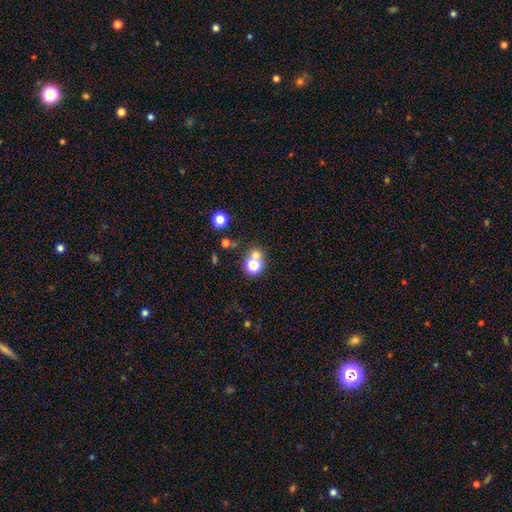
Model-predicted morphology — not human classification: Smooth or featured?
  - smooth: 68% *
  - star or artifact: 20%
  - featured or disk: 12%
How rounded?
  - round: 81% *
  - in between: 18%
  - cigar-shaped: 1%
Merging?
  - none: 46% *
  - merger: 43%
  - minor disturbance: 7%
  - major disturbance: 4%